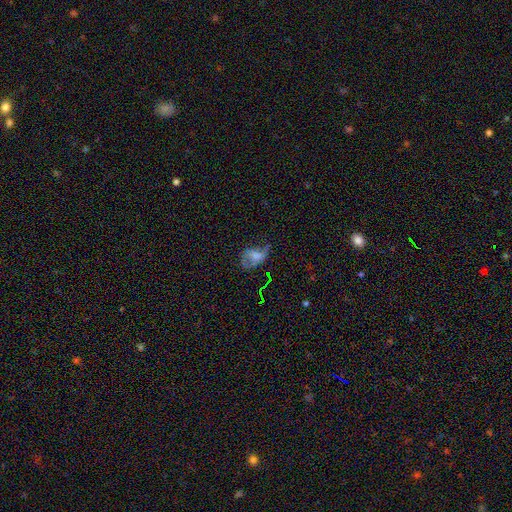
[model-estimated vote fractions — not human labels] Smooth or featured?
  - featured or disk: 43% *
  - smooth: 41%
  - star or artifact: 17%
Merging?
  - major disturbance: 37% *
  - none: 33%
  - minor disturbance: 26%
  - merger: 4%